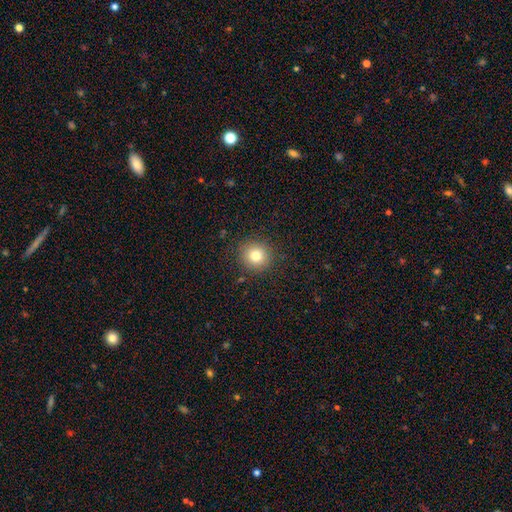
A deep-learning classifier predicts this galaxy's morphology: Q: Smooth or featured?
A: smooth (79%); runner-up: star or artifact (12%)
Q: How rounded?
A: round (93%); runner-up: in between (6%)
Q: Merging?
A: none (90%); runner-up: minor disturbance (7%)